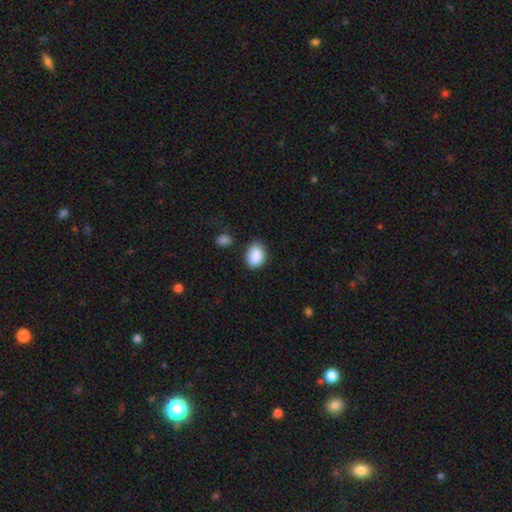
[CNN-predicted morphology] Overall: smooth (90%). How rounded: in between (78%). Merging: none (75%).